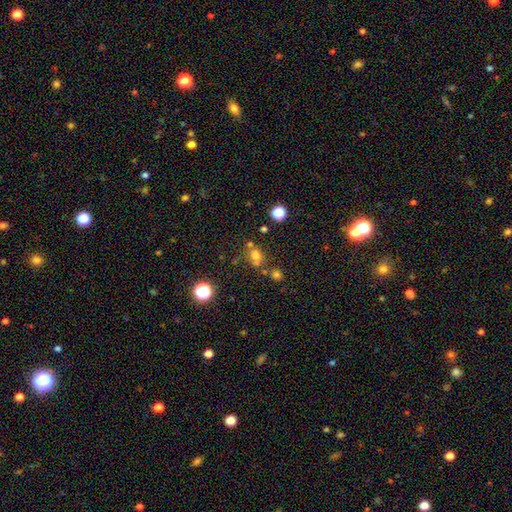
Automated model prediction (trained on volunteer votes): Morphology: type=smooth (63%); roundness=round (52%); merging=none (52%).